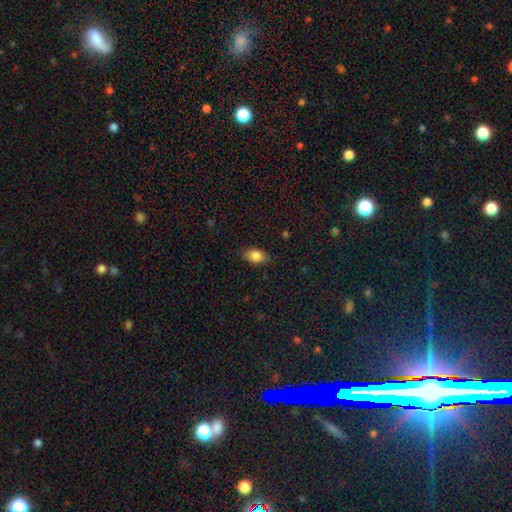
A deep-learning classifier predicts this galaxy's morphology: A smooth galaxy with no disk features (86%) that is in between round and cigar-shaped (88%). Merging: none (84%).